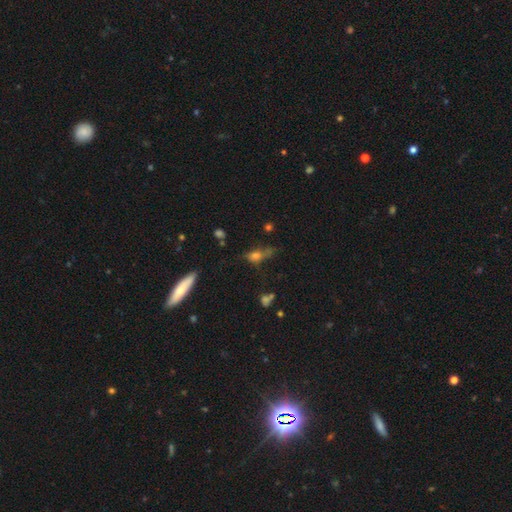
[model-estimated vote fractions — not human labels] This appears to be a smooth galaxy with no disk features (57%) that is in between round and cigar-shaped (59%). Merging: none (46%).